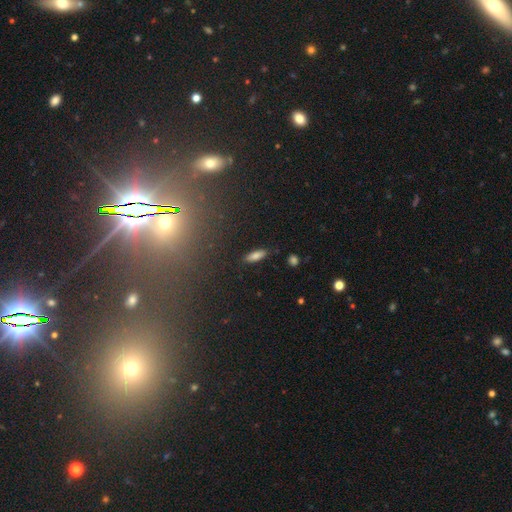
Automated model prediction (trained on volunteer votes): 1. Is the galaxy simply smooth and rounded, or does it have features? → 82% smooth, 9% featured or disk, 9% star or artifact.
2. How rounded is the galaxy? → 60% in between, 38% cigar-shaped, 3% round.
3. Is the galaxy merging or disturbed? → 87% none, 9% minor disturbance, 2% major disturbance, 2% merger.